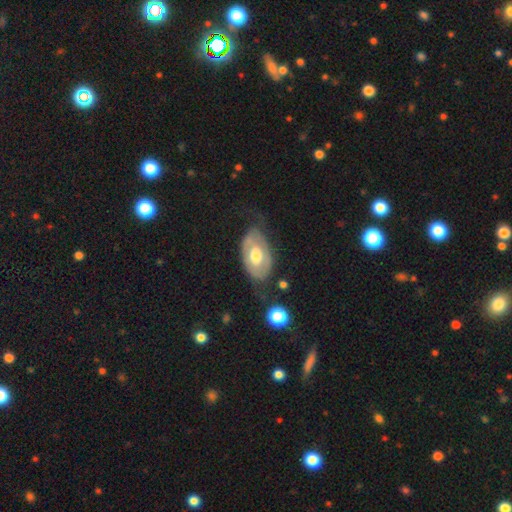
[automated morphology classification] Smooth or featured? featured or disk (55%)
Edge-on disk? no (90%)
Merging? none (55%)